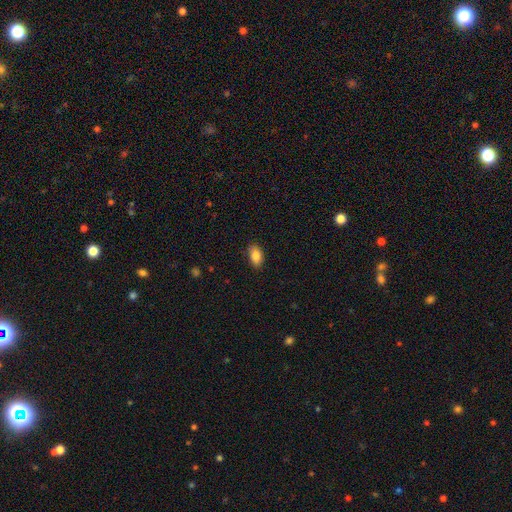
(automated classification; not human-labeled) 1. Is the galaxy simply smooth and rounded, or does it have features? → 87% smooth, 8% star or artifact, 5% featured or disk.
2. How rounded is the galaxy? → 91% in between, 7% round, 3% cigar-shaped.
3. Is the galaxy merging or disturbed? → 86% none, 11% minor disturbance, 2% major disturbance, 1% merger.